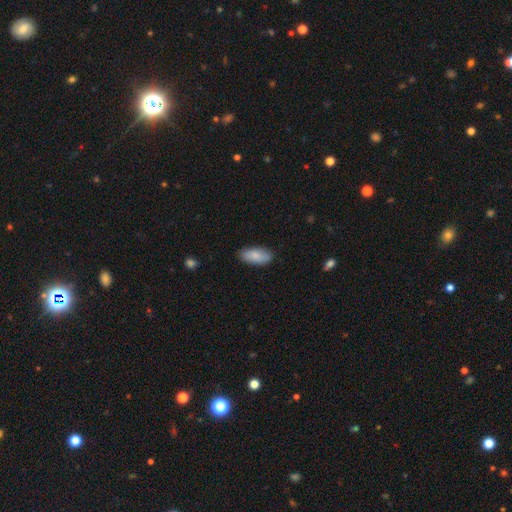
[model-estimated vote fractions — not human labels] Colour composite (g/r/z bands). It shows a smooth galaxy with no disk features (83%) that is in between round and cigar-shaped (88%). Merging: none (85%).